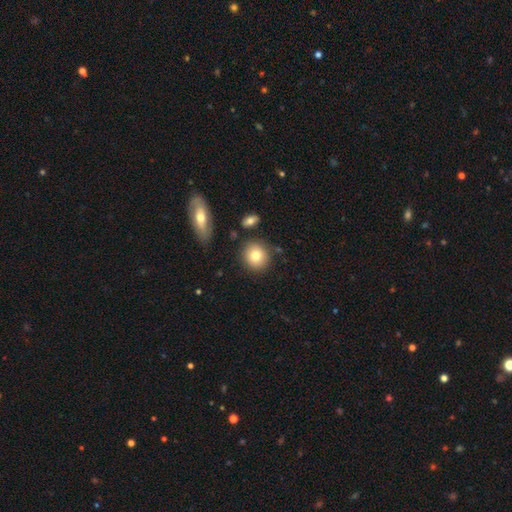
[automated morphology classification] A smooth galaxy with no disk features (78%) that is round (86%). Merging: none (83%).